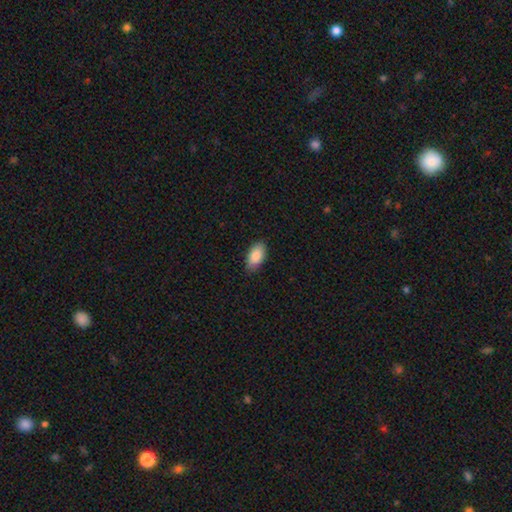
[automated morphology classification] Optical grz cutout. It shows a smooth galaxy with no disk features (88%) that is in between round and cigar-shaped (93%). Merging: none (85%).